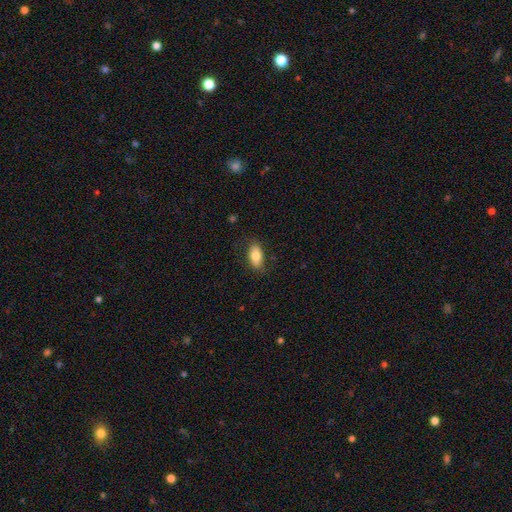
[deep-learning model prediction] Smooth or featured? smooth (81%)
How rounded? in between (91%)
Merging? none (83%)